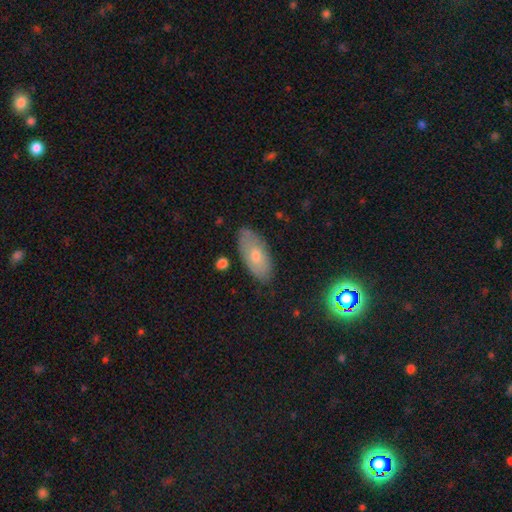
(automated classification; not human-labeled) Overall: smooth (60%; featured or disk 31%). How rounded: in between (90%). Merging: none (79%).